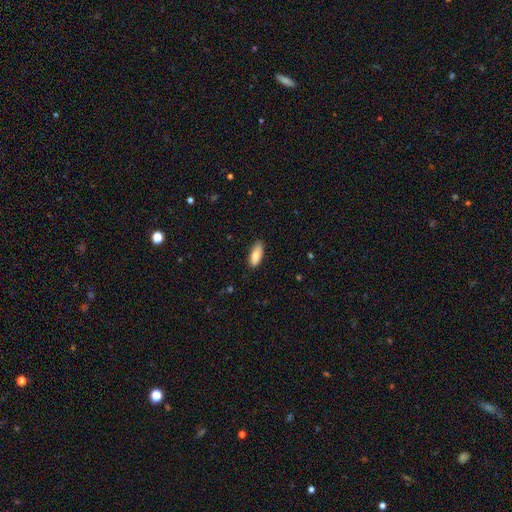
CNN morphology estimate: Smooth or featured: smooth — 83% (featured or disk — 11%)
How rounded: in between — 77% (cigar-shaped — 21%)
Merging: none — 84% (minor disturbance — 13%)